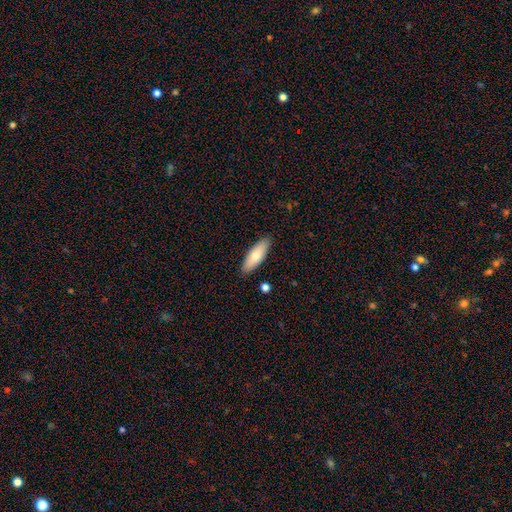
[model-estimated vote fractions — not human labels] smooth_or_featured: smooth (p=0.74) [alt: featured or disk p=0.20]
how_rounded: in between (p=0.61) [alt: cigar-shaped p=0.37]
merging: none (p=0.88) [alt: minor disturbance p=0.09]